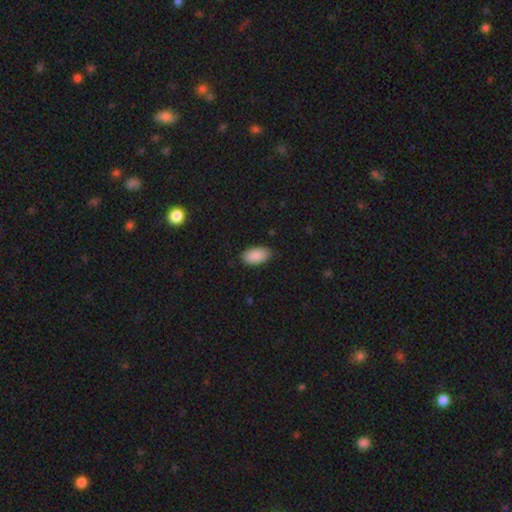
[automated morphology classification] This appears to be a smooth galaxy with no disk features (90%) that is in between round and cigar-shaped (95%). Merging: none (84%).